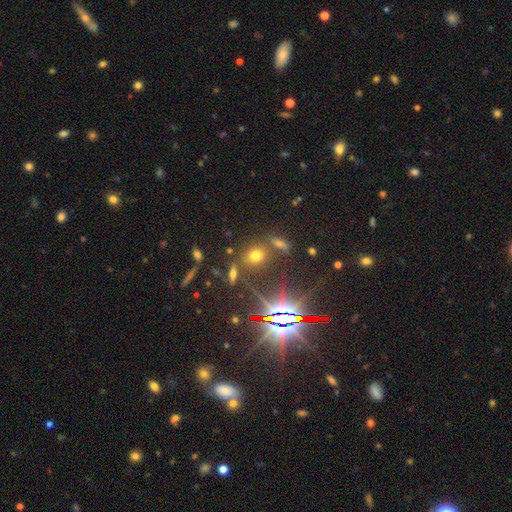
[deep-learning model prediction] This is possibly a smooth galaxy (59%). How rounded: possibly round (49%). Merging: likely none (75%).